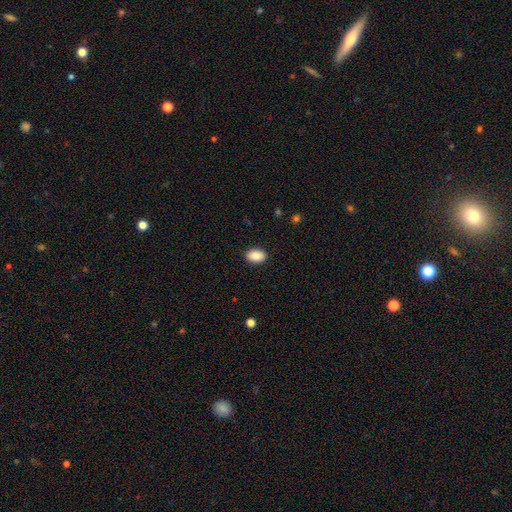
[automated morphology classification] Smooth or featured?
  - smooth: 87% *
  - star or artifact: 7%
  - featured or disk: 6%
How rounded?
  - in between: 87% *
  - round: 12%
  - cigar-shaped: 1%
Merging?
  - none: 90% *
  - minor disturbance: 7%
  - major disturbance: 2%
  - merger: 1%